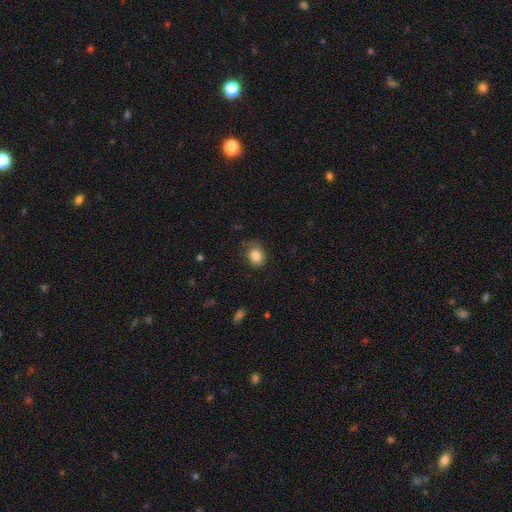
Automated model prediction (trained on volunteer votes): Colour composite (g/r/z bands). It shows a smooth galaxy with no disk features (83%) that is in between round and cigar-shaped (59%). Merging: none (66%).